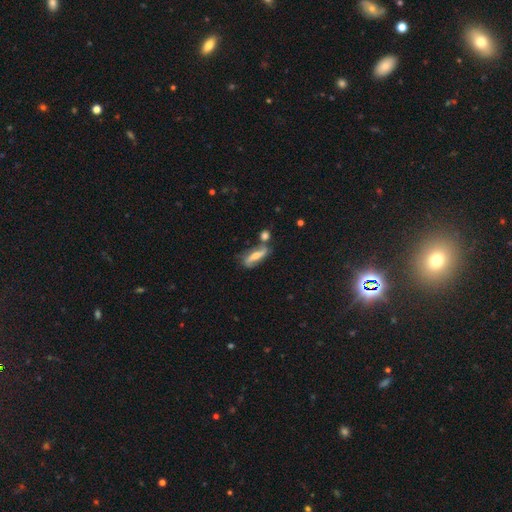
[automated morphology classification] featured or disk 57%, smooth 36%, star or artifact 7%. Down the decision tree: edge-on disk — no (70%); merging — none (56%).